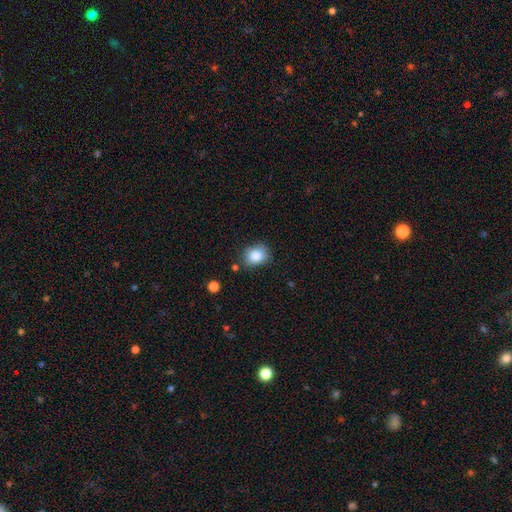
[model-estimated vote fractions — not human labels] A smooth galaxy with no disk features (85%) that is round (53%). Merging: none (76%).